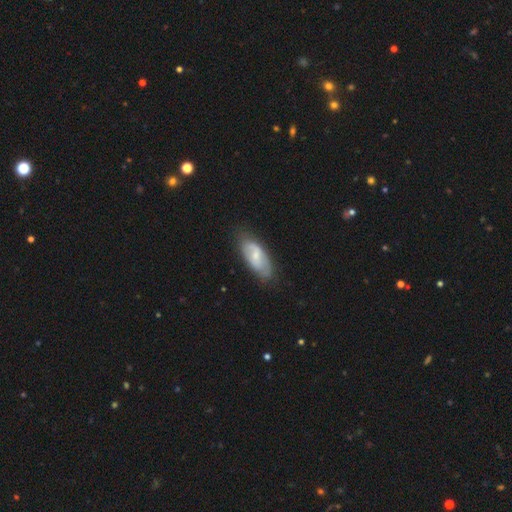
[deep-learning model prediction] Smooth or featured: featured or disk — 49% (smooth — 45%)
Merging: none — 70% (minor disturbance — 23%)